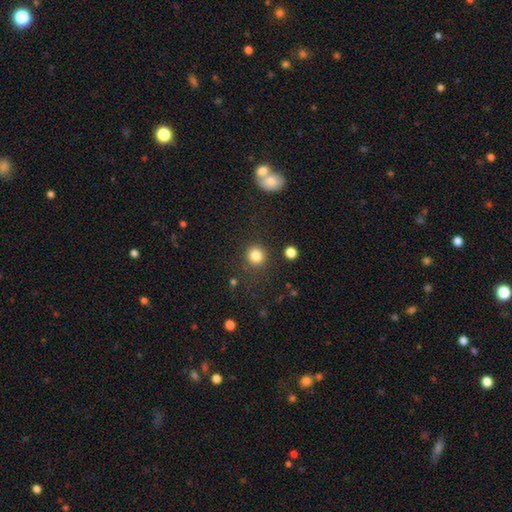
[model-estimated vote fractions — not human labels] A smooth galaxy with no disk features (84%) that is round (91%). Merging: none (85%).